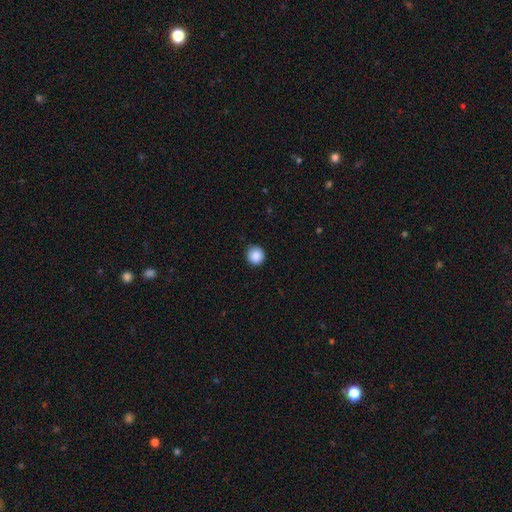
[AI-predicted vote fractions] Morphology: type=smooth (88%); roundness=round (92%); merging=none (83%).